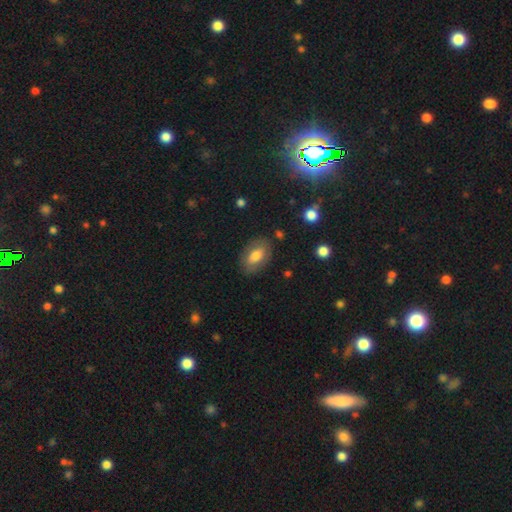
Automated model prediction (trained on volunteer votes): A smooth galaxy with no disk features (68%) that is in between round and cigar-shaped (89%). Merging: none (81%).